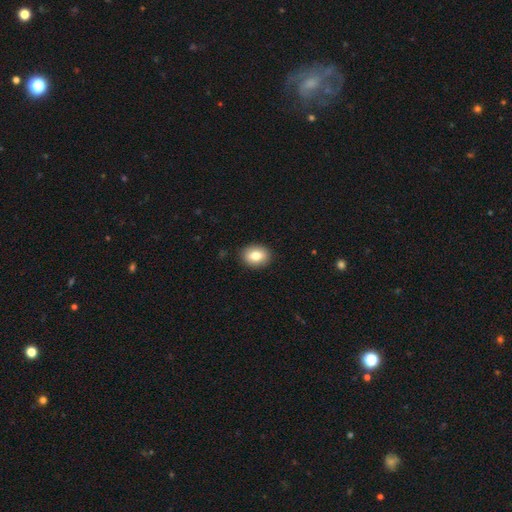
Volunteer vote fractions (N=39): A smooth galaxy with no disk features (82%) that is in between round and cigar-shaped (62%). Merging: none (94%).